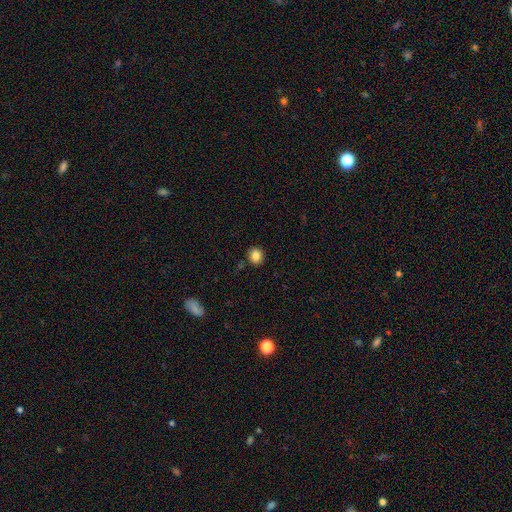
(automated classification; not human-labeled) Smooth or featured: smooth — 84% (star or artifact — 10%)
How rounded: round — 81% (in between — 18%)
Merging: none — 87% (minor disturbance — 8%)